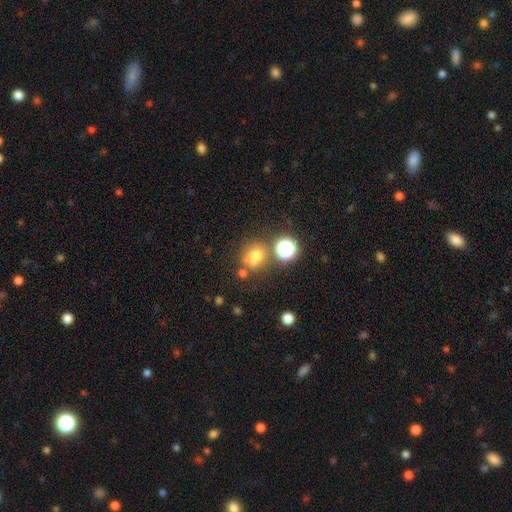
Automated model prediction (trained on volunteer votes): Smooth or featured?
  - smooth: 65% *
  - star or artifact: 23%
  - featured or disk: 13%
How rounded?
  - round: 71% *
  - in between: 27%
  - cigar-shaped: 1%
Merging?
  - none: 58% *
  - merger: 17%
  - minor disturbance: 17%
  - major disturbance: 8%